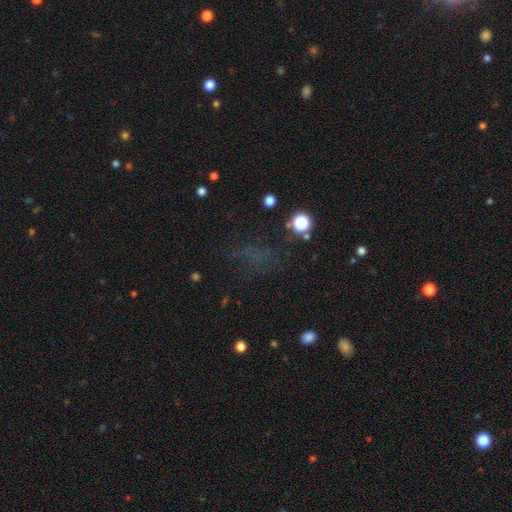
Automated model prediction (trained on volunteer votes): Q: Smooth or featured?
A: star or artifact (46%); runner-up: smooth (37%)